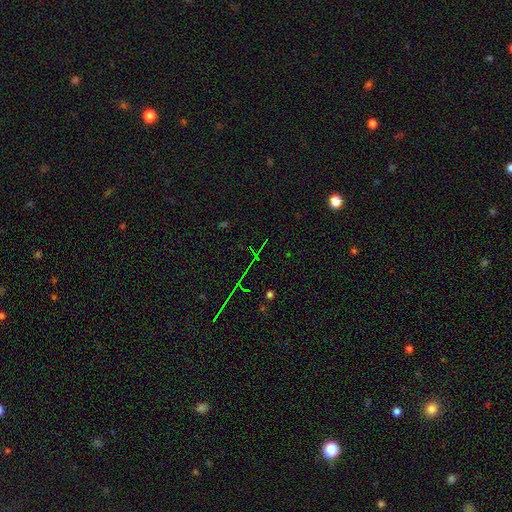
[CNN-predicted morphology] smooth-or-featured: star or artifact: 77% | smooth: 12% | featured or disk: 11%